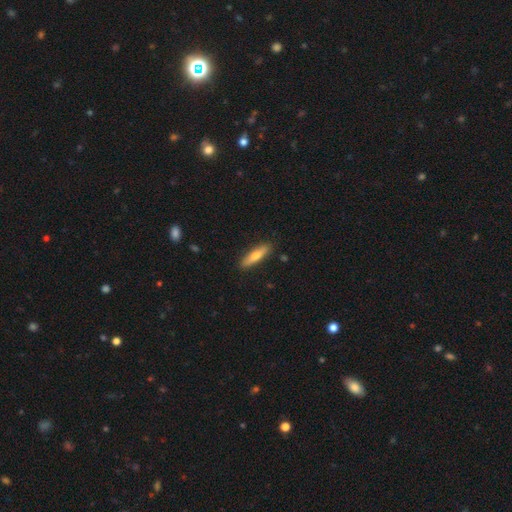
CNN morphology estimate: A smooth galaxy with no disk features (64%) that is cigar-shaped (74%).

Vote fractions:
- Smooth or featured? smooth: 64% / featured or disk: 30% / star or artifact: 6%
- How rounded? cigar-shaped: 74% / in between: 24% / round: 2%
- Merging? none: 88% / minor disturbance: 9% / major disturbance: 2% / merger: 1%